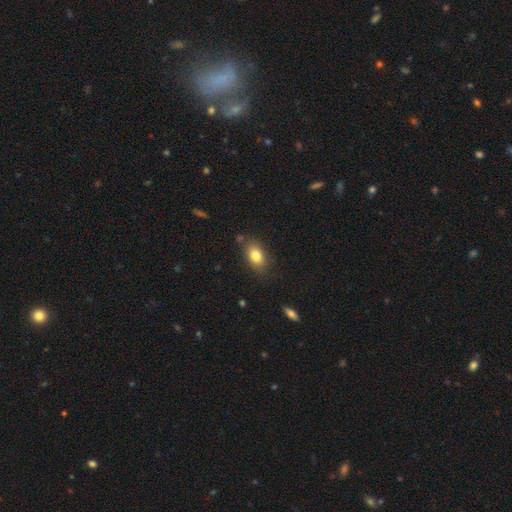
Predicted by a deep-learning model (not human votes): Smooth or featured? Predicted: smooth (p=0.82). How rounded? Predicted: in between (p=0.87). Merging? Predicted: none (p=0.79).